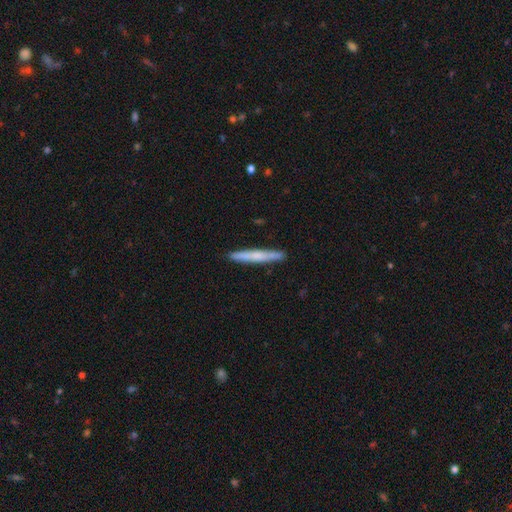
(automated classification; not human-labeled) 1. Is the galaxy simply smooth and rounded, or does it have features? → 59% smooth, 36% featured or disk, 5% star or artifact.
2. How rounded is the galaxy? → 96% cigar-shaped, 2% in between, 1% round.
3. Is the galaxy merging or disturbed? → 92% none, 6% minor disturbance, 1% major disturbance, 1% merger.